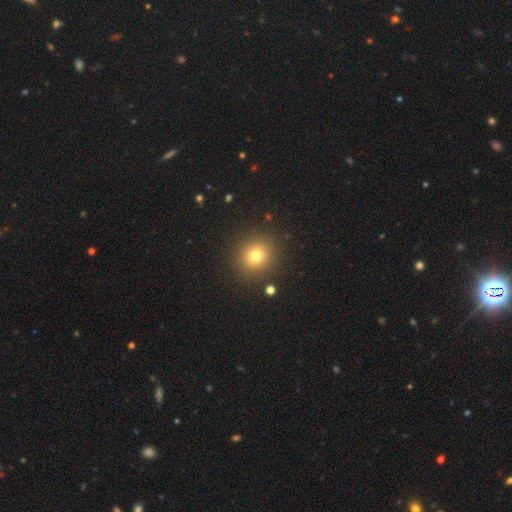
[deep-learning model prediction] A smooth galaxy with no disk features (77%) that is round (88%). Merging: none (89%).